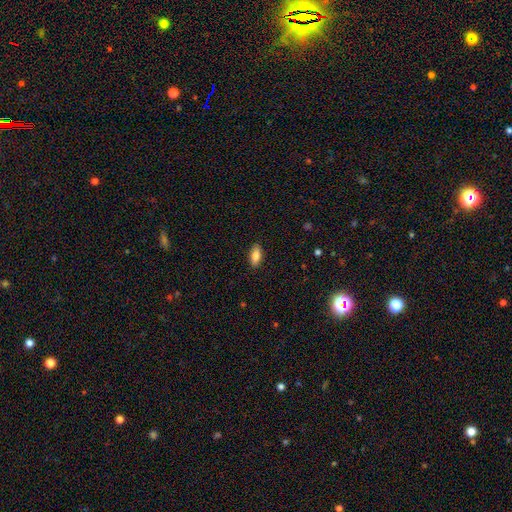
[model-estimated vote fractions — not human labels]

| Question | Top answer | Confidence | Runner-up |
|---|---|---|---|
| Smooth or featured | smooth | 84% | featured or disk (9%) |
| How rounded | in between | 84% | cigar-shaped (14%) |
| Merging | none | 88% | minor disturbance (9%) |